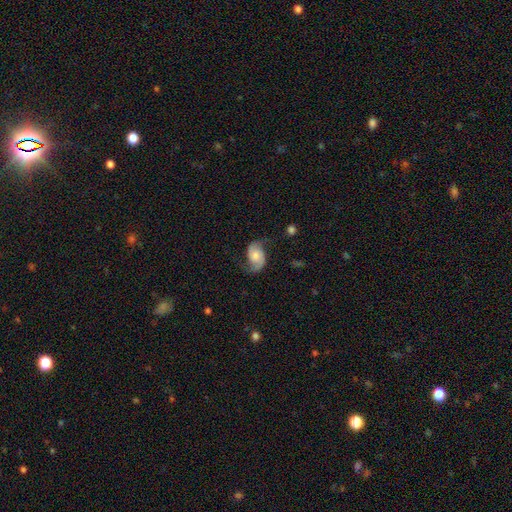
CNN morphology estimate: smooth-or-featured: featured or disk: 77% | smooth: 16% | star or artifact: 7%
  disk-edge-on: no: 98% | yes: 2%
    bar: no: 68% | weak: 27% | strong: 5%
    has-spiral-arms: yes: 95% | no: 5%
      spiral-winding: loose: 44% | medium: 41% | tight: 15%
      spiral-arm-count: 2: 92% | 1: 3% | can't tell: 3% | 3: 1% | 4: 1% | more than 4: 1%
    bulge-size: moderate: 43% | small: 35% | none: 10% | large: 9% | dominant: 3%
  merging: none: 67% | minor disturbance: 20% | major disturbance: 11% | merger: 2%